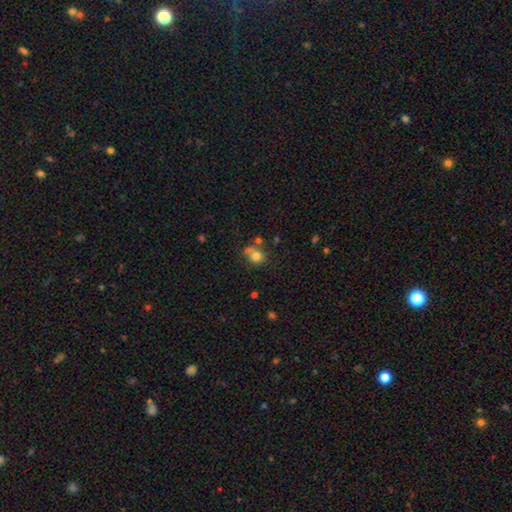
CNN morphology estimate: This appears to be a smooth galaxy with no disk features (78%) that is round (74%). Merging: none (51%).